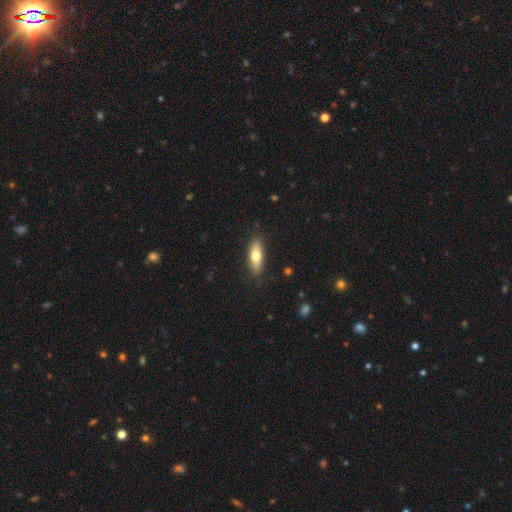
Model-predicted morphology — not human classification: Smooth or featured: smooth — 70% (featured or disk — 23%)
How rounded: in between — 63% (cigar-shaped — 35%)
Merging: none — 84% (minor disturbance — 12%)